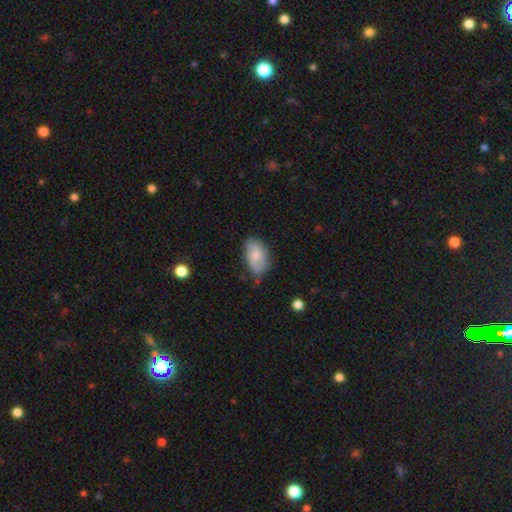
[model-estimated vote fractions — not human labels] Morphology: type=smooth (68%); roundness=in between (92%); merging=none (65%).